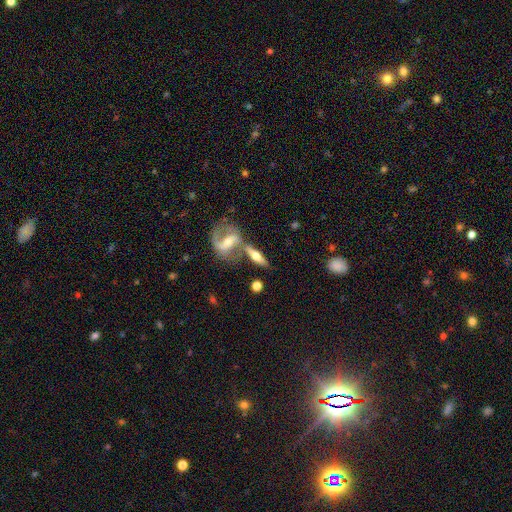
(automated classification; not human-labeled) Smooth or featured: featured or disk — 61% (smooth — 33%)
Edge-on disk: yes — 67% (no — 33%)
Merging: none — 50% (merger — 33%)